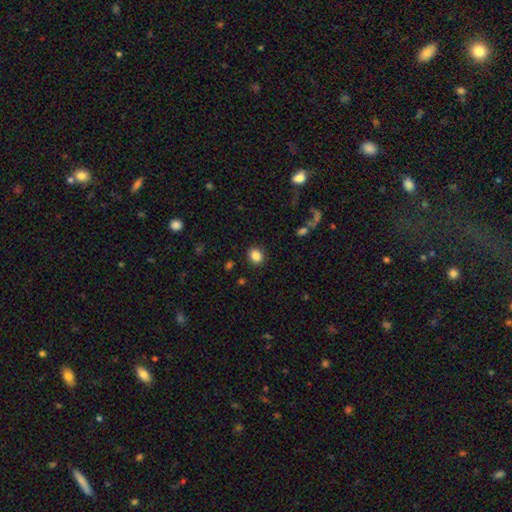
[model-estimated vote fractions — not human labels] smooth 86%, star or artifact 10%, featured or disk 5%. Down the decision tree: how rounded — round (64%); merging — none (89%).